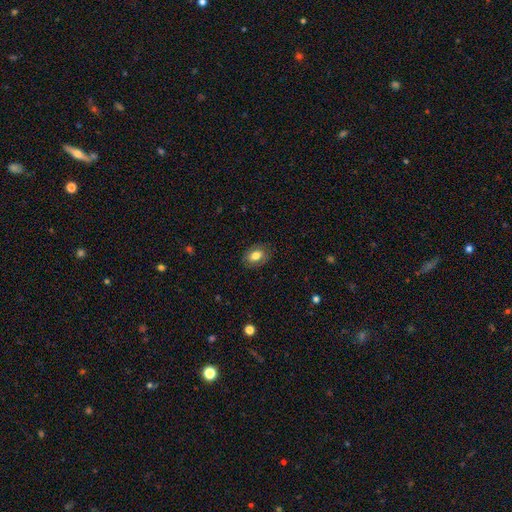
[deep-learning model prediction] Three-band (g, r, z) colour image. It shows a smooth galaxy with no disk features (77%) that is in between round and cigar-shaped (82%). Merging: none (84%).